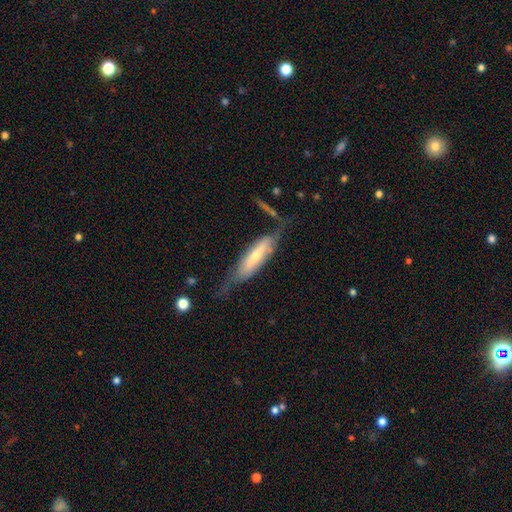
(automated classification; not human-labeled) This is possibly a featured or disk galaxy (58%). It is possibly viewed edge-on (54%). Merging: possibly none (48%).